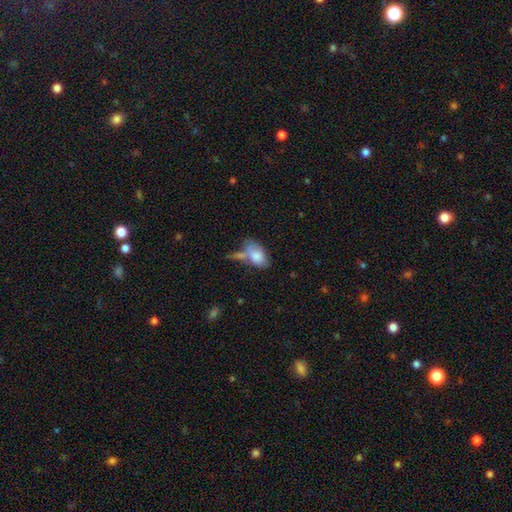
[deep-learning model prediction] Morphology: type=smooth (77%); roundness=in between (90%); merging=none (37%).